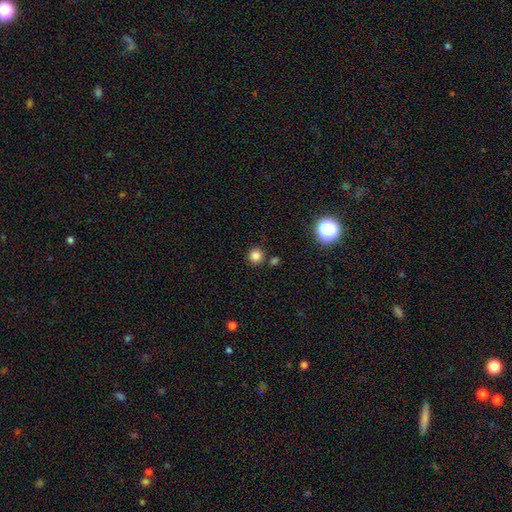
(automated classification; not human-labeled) Morphology: type=smooth (82%); roundness=round (94%); merging=none (85%).